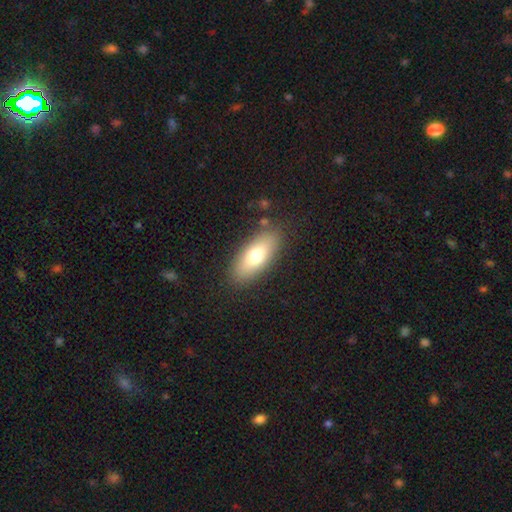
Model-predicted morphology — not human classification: A smooth galaxy with no disk features (70%) that is in between round and cigar-shaped (80%).

Vote fractions:
- Smooth or featured? smooth: 70% / featured or disk: 22% / star or artifact: 8%
- How rounded? in between: 80% / cigar-shaped: 16% / round: 4%
- Merging? none: 84% / minor disturbance: 10% / major disturbance: 3% / merger: 2%